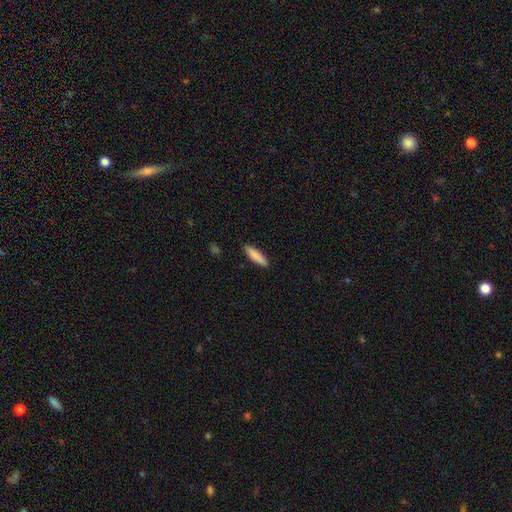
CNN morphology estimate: A smooth galaxy with no disk features (84%) that is cigar-shaped (73%).

Vote fractions:
- Smooth or featured? smooth: 84% / featured or disk: 11% / star or artifact: 6%
- How rounded? cigar-shaped: 73% / in between: 25% / round: 1%
- Merging? none: 88% / minor disturbance: 9% / major disturbance: 2% / merger: 1%